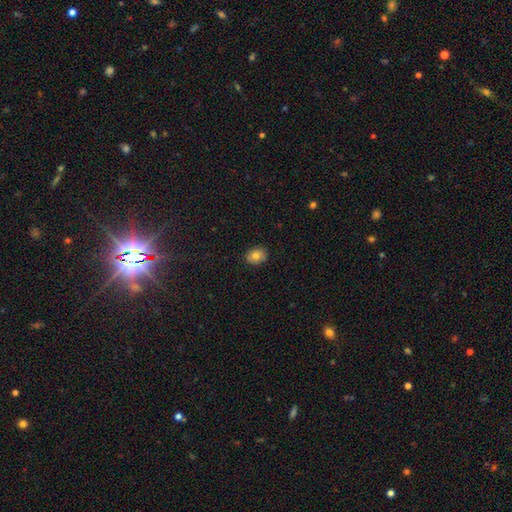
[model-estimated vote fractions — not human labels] Smooth or featured? Predicted: smooth (p=0.80). How rounded? Predicted: in between (p=0.50). Merging? Predicted: none (p=0.85).